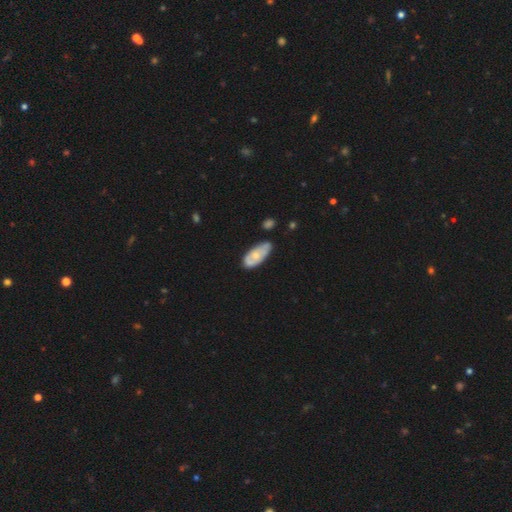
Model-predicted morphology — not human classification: smooth-or-featured: smooth: 54% | featured or disk: 41% | star or artifact: 6%
  how-rounded: in between: 87% | cigar-shaped: 10% | round: 3%
  merging: none: 54% | minor disturbance: 32% | major disturbance: 8% | merger: 6%